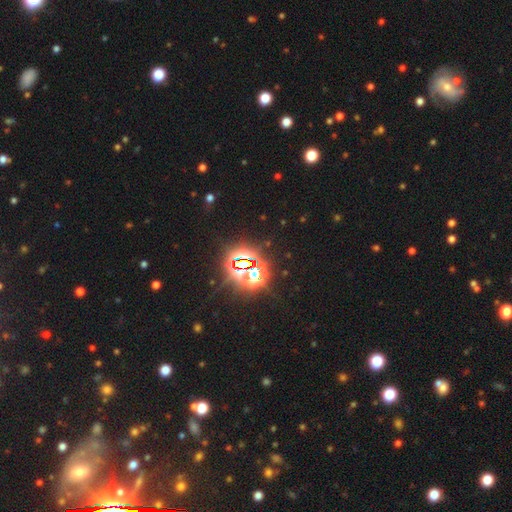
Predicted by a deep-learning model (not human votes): Smooth or featured: star or artifact — 81% (smooth — 12%)